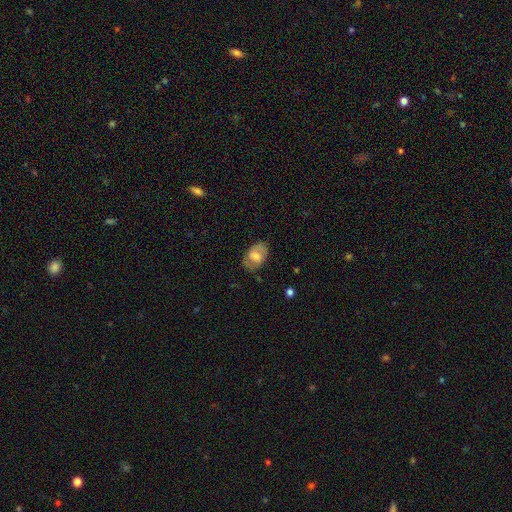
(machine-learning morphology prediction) smooth 49%, featured or disk 43%, star or artifact 8%. Down the decision tree: merging — none (73%).